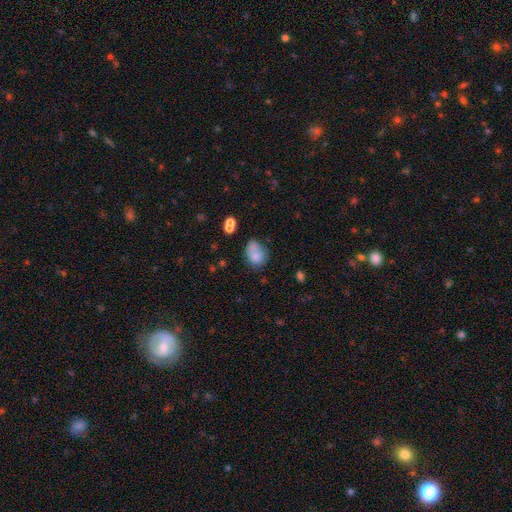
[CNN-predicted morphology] Smooth or featured? smooth (78%)
How rounded? in between (72%)
Merging? none (46%)